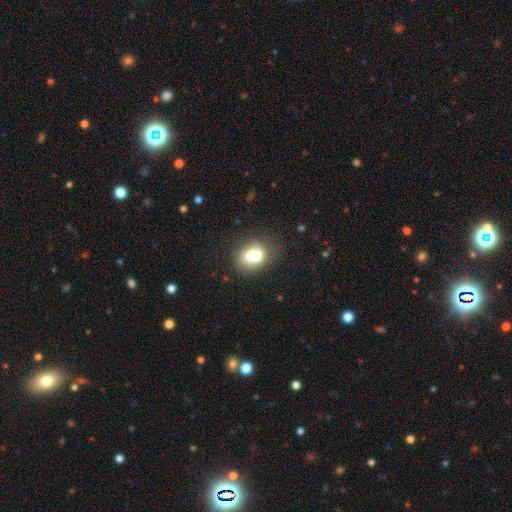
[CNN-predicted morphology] A smooth galaxy with no disk features (72%) that is in between round and cigar-shaped (56%). Merging: none (57%).